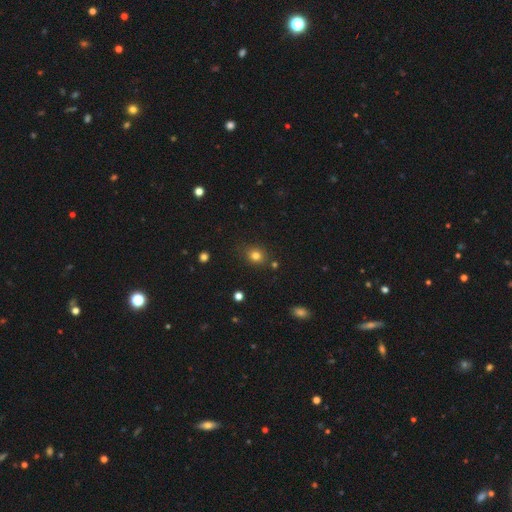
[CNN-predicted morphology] Smooth or featured? smooth (78%)
How rounded? round (66%)
Merging? none (79%)